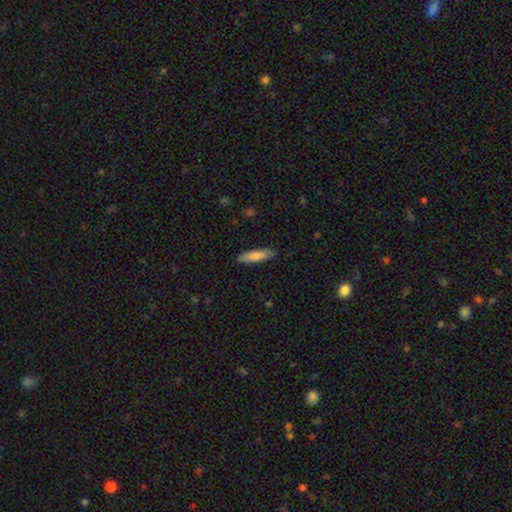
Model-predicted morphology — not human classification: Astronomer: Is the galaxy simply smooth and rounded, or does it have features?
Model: smooth — 82%.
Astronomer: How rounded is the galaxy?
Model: cigar-shaped — 70%.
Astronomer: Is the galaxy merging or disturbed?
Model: none — 87%.